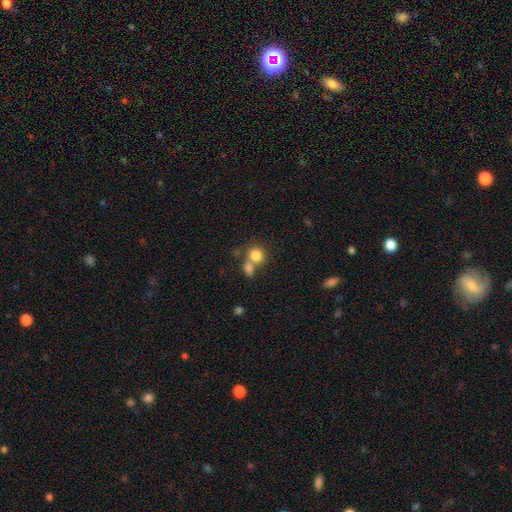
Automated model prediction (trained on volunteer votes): A smooth galaxy with no disk features (81%) that is round (76%). Merging: merger (45%).